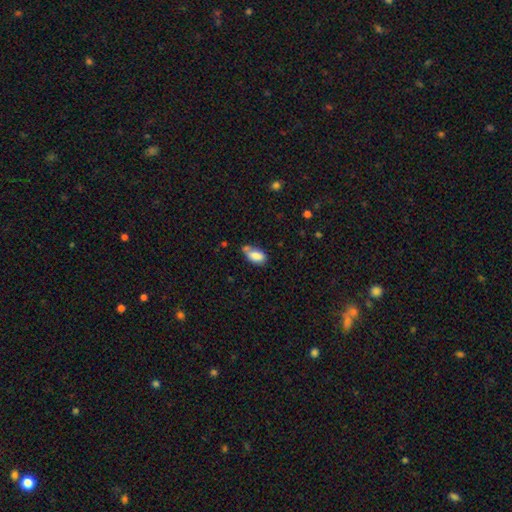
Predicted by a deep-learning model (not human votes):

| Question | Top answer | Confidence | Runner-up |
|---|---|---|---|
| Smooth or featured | smooth | 83% | featured or disk (9%) |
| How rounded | in between | 91% | round (5%) |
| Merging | none | 45% | minor disturbance (29%) |